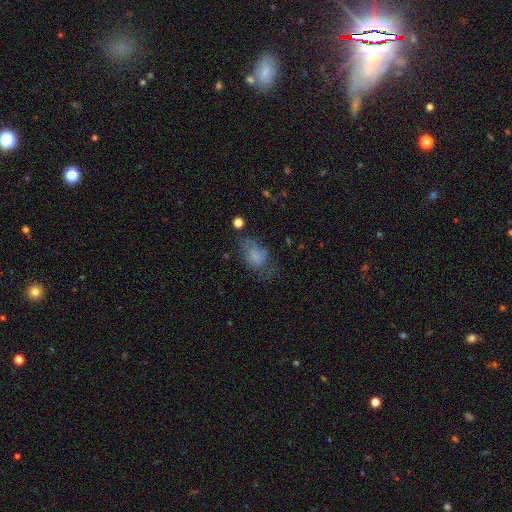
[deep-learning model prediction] This is likely a smooth galaxy (64%). How rounded: clearly in between (80%). Merging: marginally none (35%).